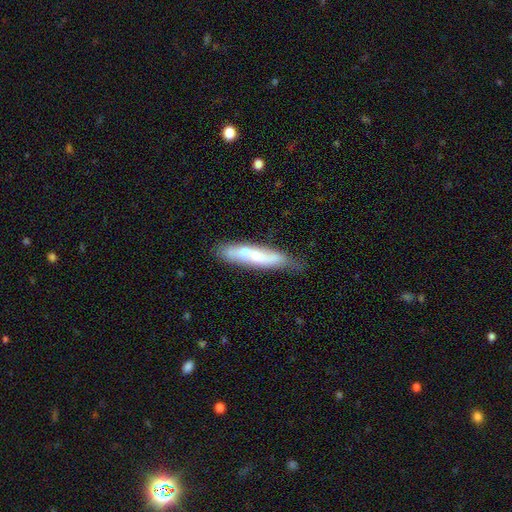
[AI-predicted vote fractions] A smooth galaxy with no disk features (52%) that is cigar-shaped (82%). Merging: none (58%).